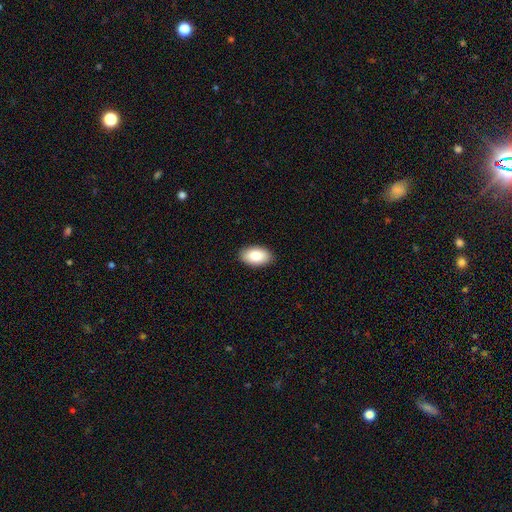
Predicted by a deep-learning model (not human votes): A smooth galaxy with no disk features (83%) that is in between round and cigar-shaped (94%). Merging: none (91%).